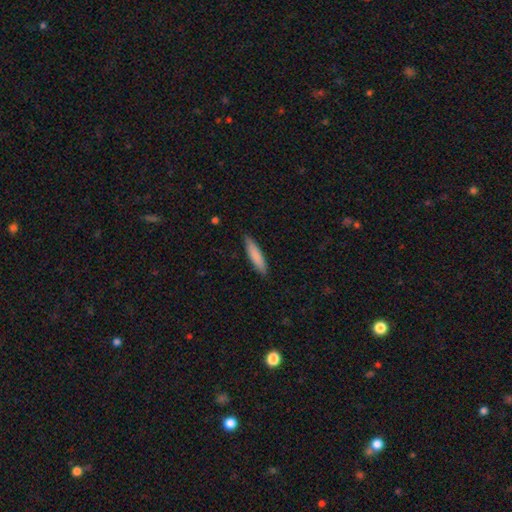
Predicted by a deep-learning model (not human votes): This appears to be a smooth galaxy with no disk features (82%) that is cigar-shaped (79%). Merging: none (86%).